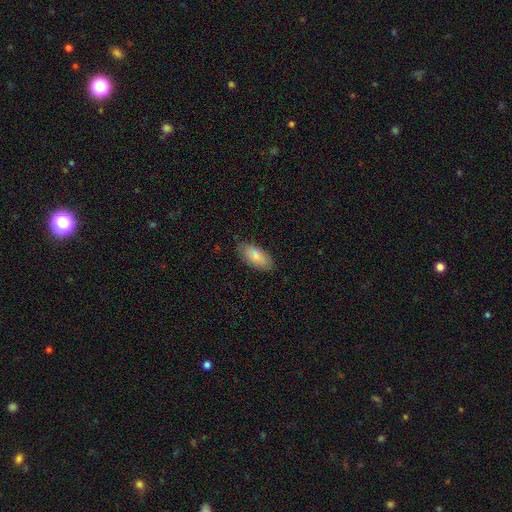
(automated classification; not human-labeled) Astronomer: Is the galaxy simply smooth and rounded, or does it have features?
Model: smooth — 84%.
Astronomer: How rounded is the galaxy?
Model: in between — 91%.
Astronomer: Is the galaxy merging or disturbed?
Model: none — 81%.